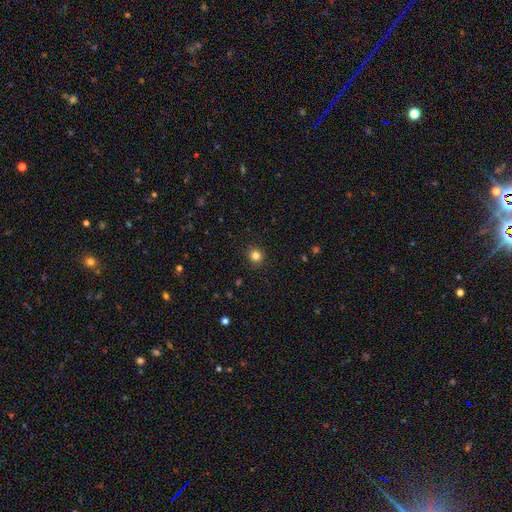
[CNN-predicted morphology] Q: Smooth or featured?
A: smooth (83%); runner-up: star or artifact (13%)
Q: How rounded?
A: round (93%); runner-up: in between (6%)
Q: Merging?
A: none (92%); runner-up: minor disturbance (5%)